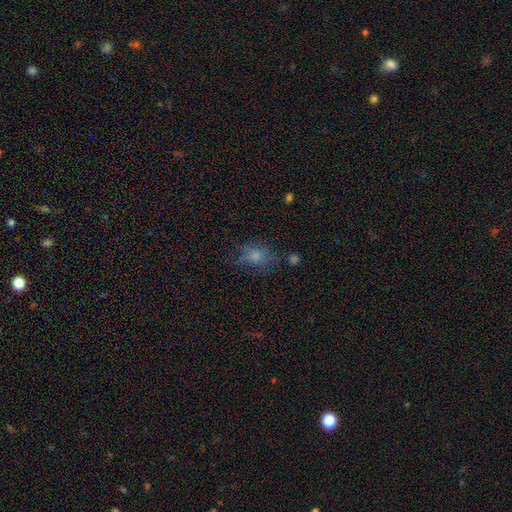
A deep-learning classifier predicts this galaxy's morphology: smooth-or-featured: smooth: 68% | featured or disk: 16% | star or artifact: 16%
  how-rounded: in between: 57% | round: 41% | cigar-shaped: 2%
  merging: none: 59% | minor disturbance: 24% | major disturbance: 13% | merger: 4%